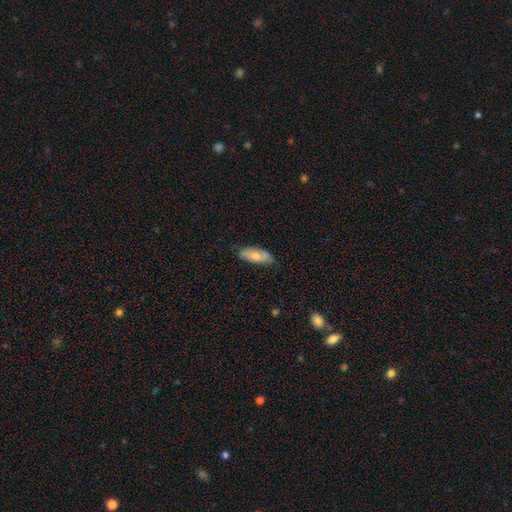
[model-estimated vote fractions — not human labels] smooth 70%, featured or disk 24%, star or artifact 6%. Down the decision tree: how rounded — in between (79%); merging — none (77%).